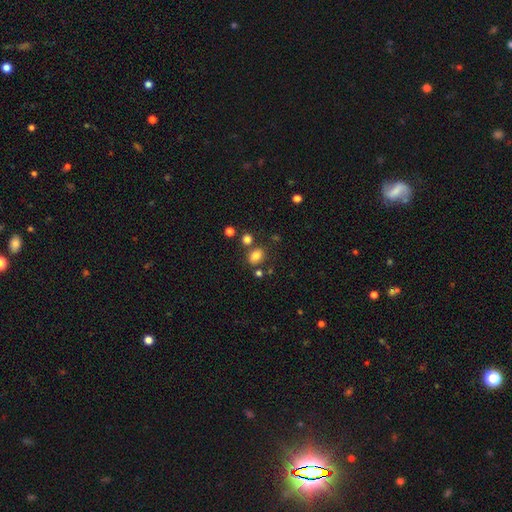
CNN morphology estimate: Smooth or featured? smooth (80%)
How rounded? in between (57%)
Merging? none (72%)